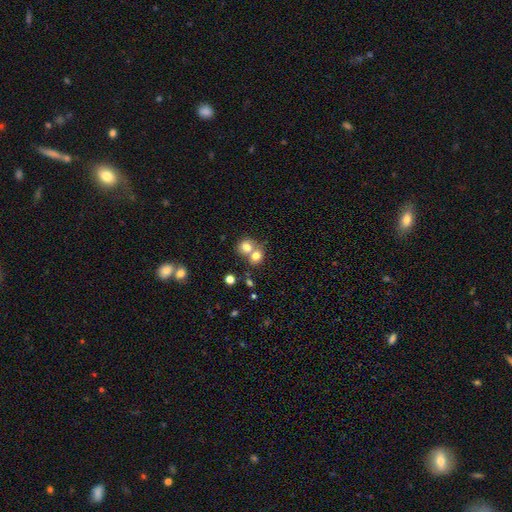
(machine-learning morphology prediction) This appears to be a smooth galaxy with no disk features (76%) that is round (73%). Merging: merger (59%).